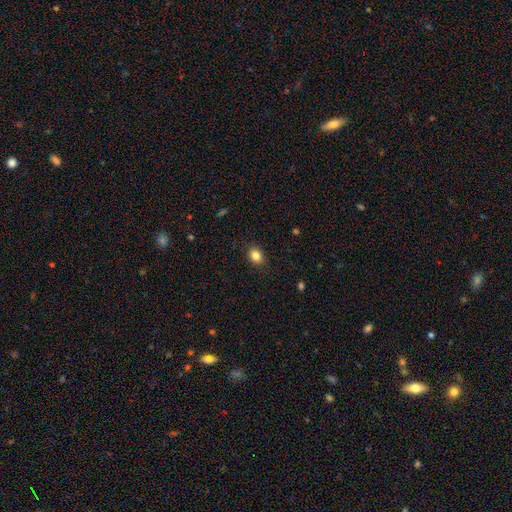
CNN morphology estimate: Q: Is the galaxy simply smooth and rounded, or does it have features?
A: smooth — 84%.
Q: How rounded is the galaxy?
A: in between — 57%.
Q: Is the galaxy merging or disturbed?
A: none — 88%.